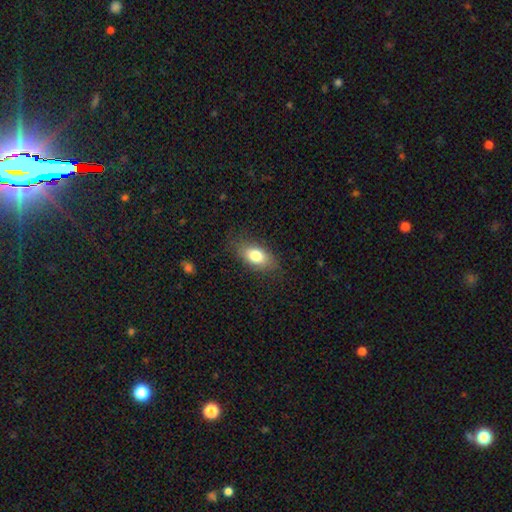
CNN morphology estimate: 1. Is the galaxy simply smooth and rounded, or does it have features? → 79% smooth, 13% featured or disk, 8% star or artifact.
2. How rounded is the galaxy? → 87% in between, 8% round, 5% cigar-shaped.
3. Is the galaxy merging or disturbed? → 79% none, 15% minor disturbance, 5% major disturbance, 1% merger.